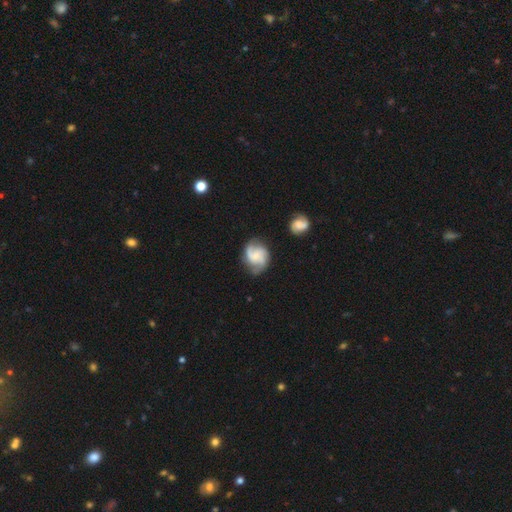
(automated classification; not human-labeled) This appears to be a featured or disk galaxy (79%) with no bar (55%), 2 (60%) medium (51%) spiral arms (96%) and a small central bulge (52%). Merging: none (71%).